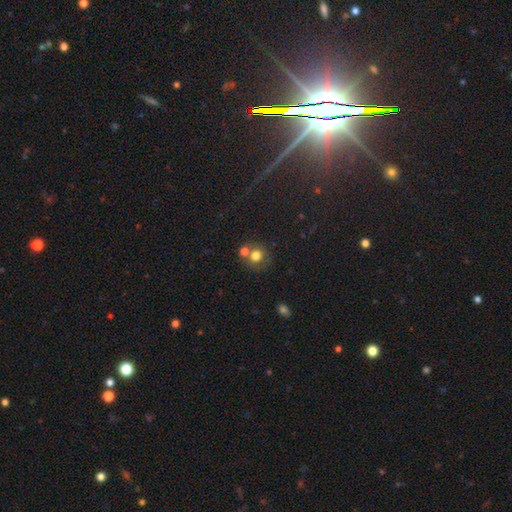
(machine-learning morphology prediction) A smooth galaxy with no disk features (73%) that is round (83%).

Vote fractions:
- Smooth or featured? smooth: 73% / featured or disk: 14% / star or artifact: 13%
- How rounded? round: 83% / in between: 16% / cigar-shaped: 1%
- Merging? none: 53% / merger: 32% / minor disturbance: 10% / major disturbance: 4%